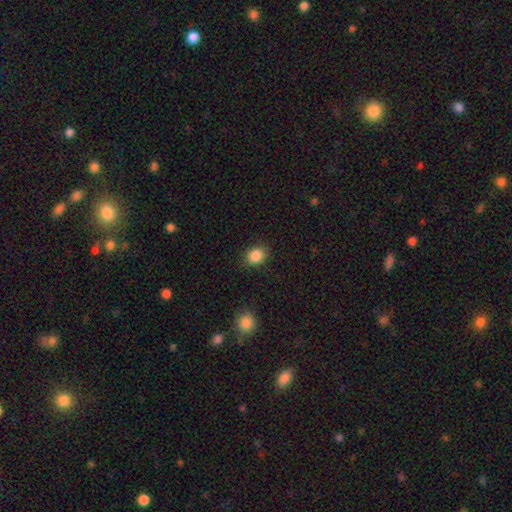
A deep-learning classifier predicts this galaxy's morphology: smooth-or-featured: smooth: 87% | star or artifact: 10% | featured or disk: 4%
  how-rounded: round: 50% | in between: 49% | cigar-shaped: 1%
  merging: none: 85% | minor disturbance: 11% | major disturbance: 3% | merger: 1%